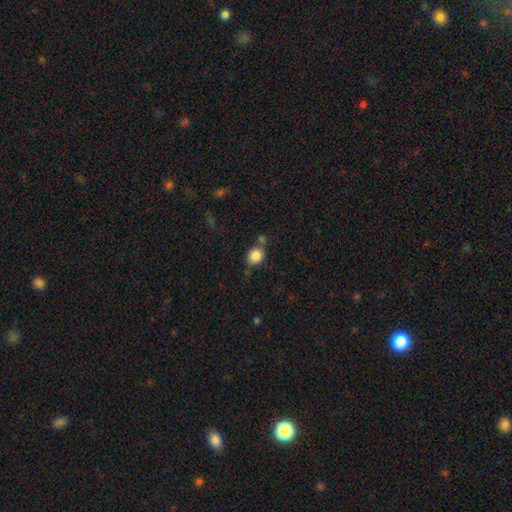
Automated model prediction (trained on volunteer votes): A smooth galaxy with no disk features (85%) that is round (70%). Merging: none (67%).